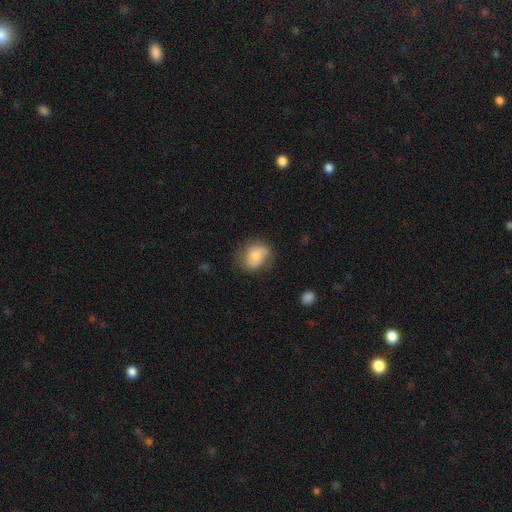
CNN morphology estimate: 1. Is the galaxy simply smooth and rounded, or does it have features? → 77% smooth, 15% featured or disk, 8% star or artifact.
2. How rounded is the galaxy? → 53% in between, 46% round, 1% cigar-shaped.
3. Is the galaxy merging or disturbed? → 67% none, 24% minor disturbance, 8% major disturbance, 2% merger.